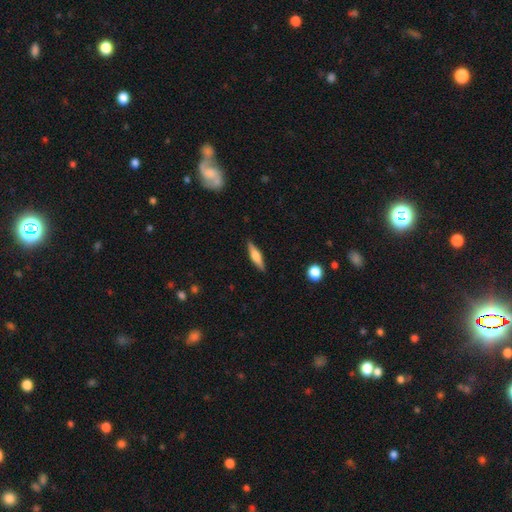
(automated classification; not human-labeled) Smooth or featured?
  - smooth: 48% *
  - featured or disk: 46%
  - star or artifact: 6%
Merging?
  - none: 89% *
  - minor disturbance: 8%
  - major disturbance: 2%
  - merger: 1%